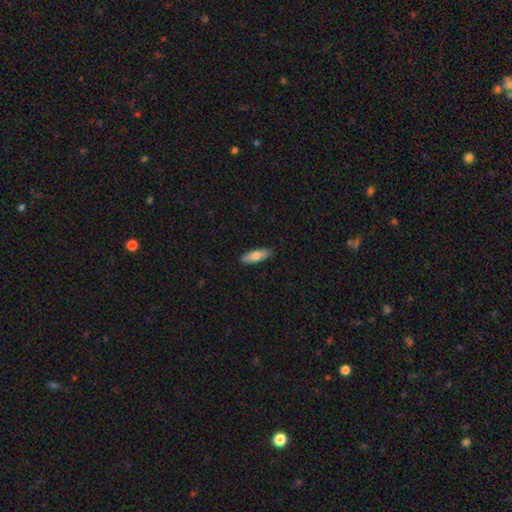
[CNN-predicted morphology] smooth_or_featured: smooth (p=0.79) [alt: featured or disk p=0.16]
how_rounded: in between (p=0.51) [alt: cigar-shaped p=0.47]
merging: none (p=0.89) [alt: minor disturbance p=0.08]